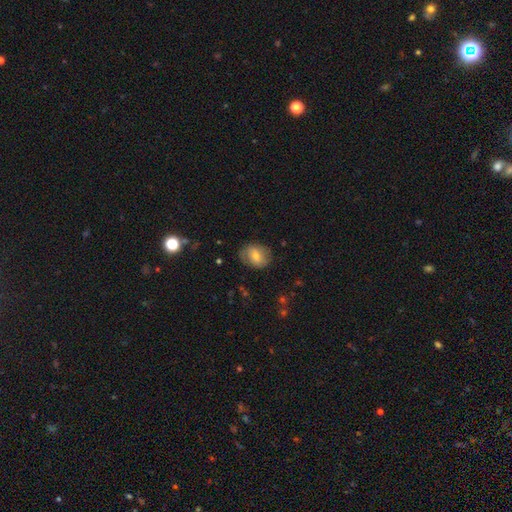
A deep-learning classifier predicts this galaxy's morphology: Overall: smooth (59%; featured or disk 33%). How rounded: in between (51%; round 48%). Merging: none (74%).